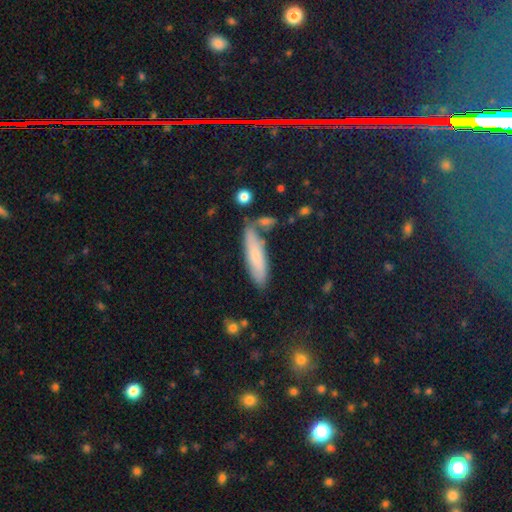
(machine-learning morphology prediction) Overall: smooth (68%). How rounded: cigar-shaped (67%; in between 31%). Merging: none (72%).